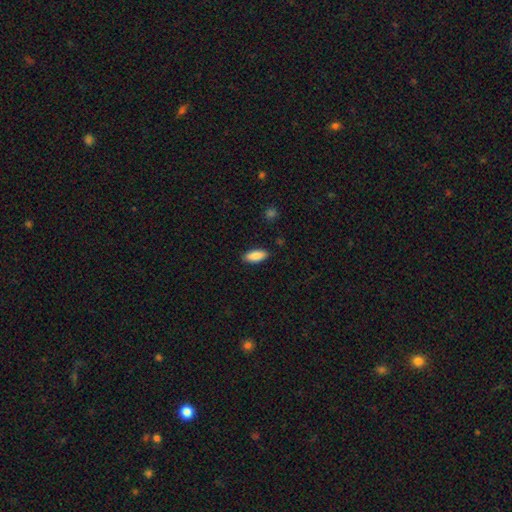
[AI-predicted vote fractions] Smooth or featured?
  - smooth: 89% *
  - star or artifact: 6%
  - featured or disk: 5%
How rounded?
  - in between: 82% *
  - cigar-shaped: 16%
  - round: 2%
Merging?
  - none: 88% *
  - minor disturbance: 9%
  - major disturbance: 2%
  - merger: 1%